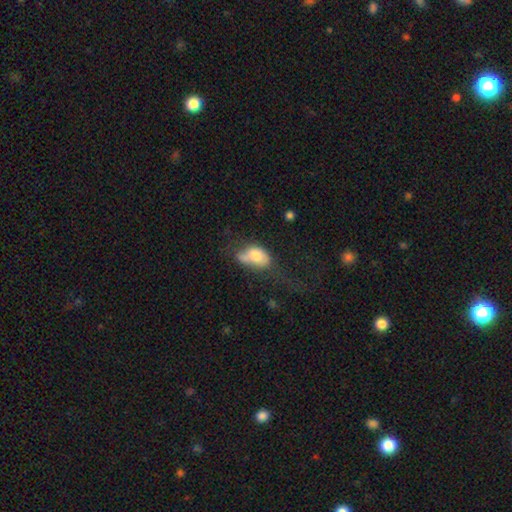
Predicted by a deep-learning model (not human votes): Overall: smooth (69%). How rounded: in between (86%). Merging: none (30%; minor disturbance 27%).